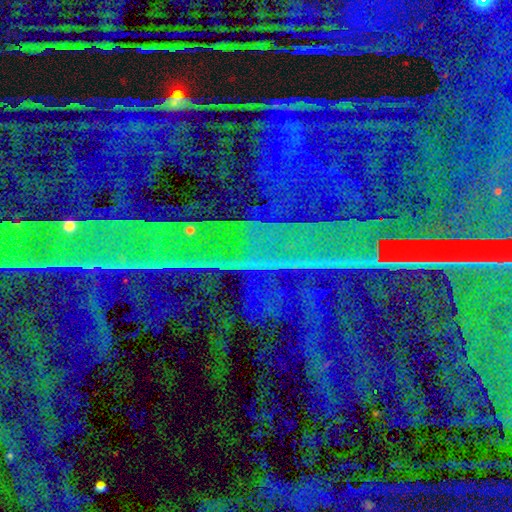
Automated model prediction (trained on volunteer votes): A star or artifact, not a galaxy (89%).

Vote fractions:
- Smooth or featured? star or artifact: 89% / featured or disk: 6% / smooth: 5%